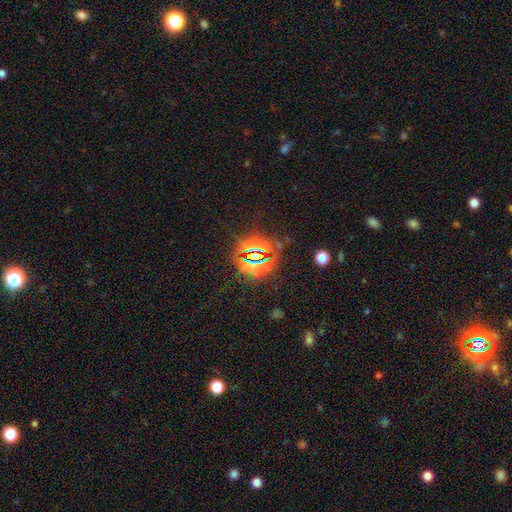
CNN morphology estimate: A star or artifact, not a galaxy (78%).

Vote fractions:
- Smooth or featured? star or artifact: 78% / smooth: 13% / featured or disk: 9%